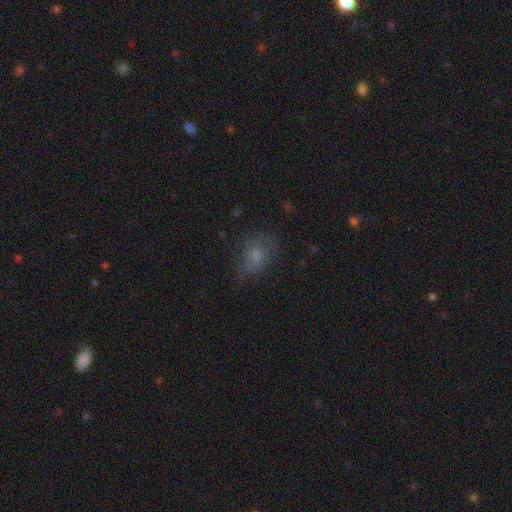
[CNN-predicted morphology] Q: Smooth or featured?
A: smooth (61%); runner-up: featured or disk (23%)
Q: How rounded?
A: in between (59%); runner-up: round (39%)
Q: Merging?
A: none (56%); runner-up: minor disturbance (25%)